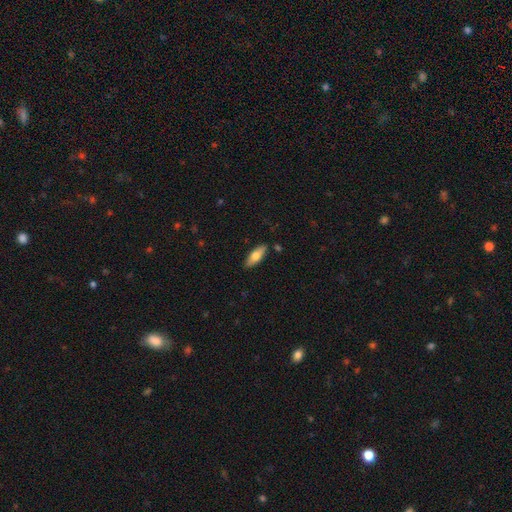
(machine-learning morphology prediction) This is likely a smooth galaxy (66%). How rounded: likely in between (62%). Merging: clearly none (86%).